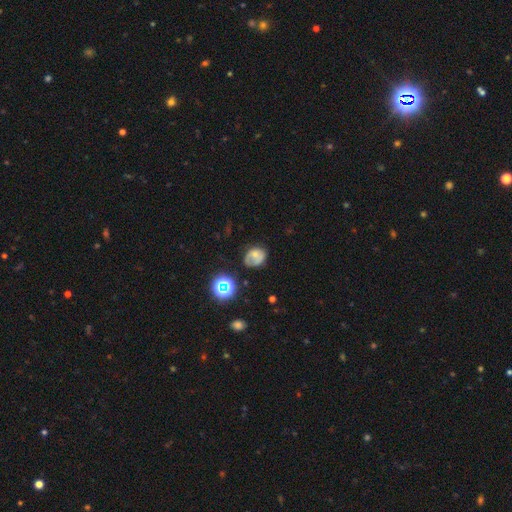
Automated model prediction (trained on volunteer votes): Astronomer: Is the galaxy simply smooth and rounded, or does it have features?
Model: smooth — 56%.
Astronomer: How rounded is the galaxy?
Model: round — 54% (runner-up: in between, 45%).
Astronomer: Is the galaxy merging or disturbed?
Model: none — 52% (runner-up: minor disturbance, 29%).